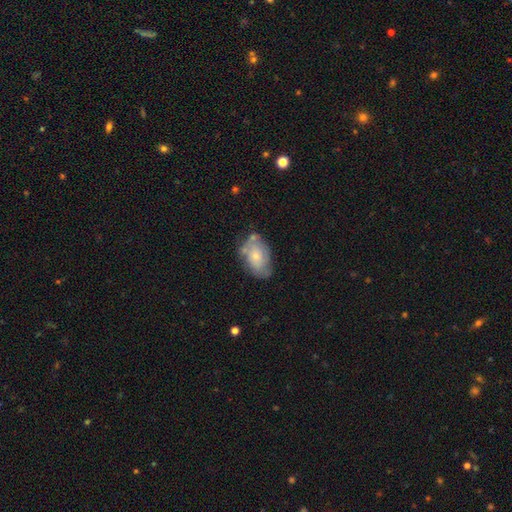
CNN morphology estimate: This is possibly a smooth galaxy (53%). How rounded: clearly in between (89%). Merging: possibly none (51%).